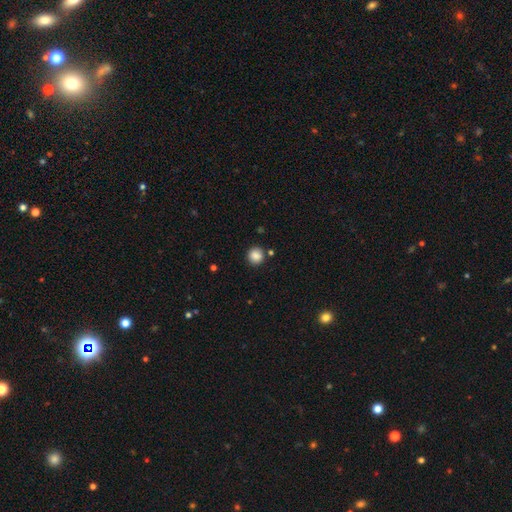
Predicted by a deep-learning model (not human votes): smooth-or-featured: smooth: 87% | star or artifact: 10% | featured or disk: 3%
  how-rounded: round: 93% | in between: 6% | cigar-shaped: 1%
  merging: none: 87% | minor disturbance: 7% | merger: 4% | major disturbance: 2%